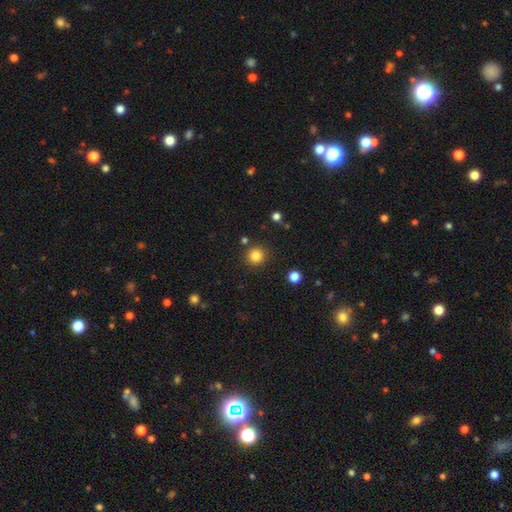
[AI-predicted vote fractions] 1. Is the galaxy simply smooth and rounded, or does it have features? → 84% smooth, 11% star or artifact, 5% featured or disk.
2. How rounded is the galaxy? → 92% round, 7% in between, 1% cigar-shaped.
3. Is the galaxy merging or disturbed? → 86% none, 7% minor disturbance, 4% merger, 3% major disturbance.